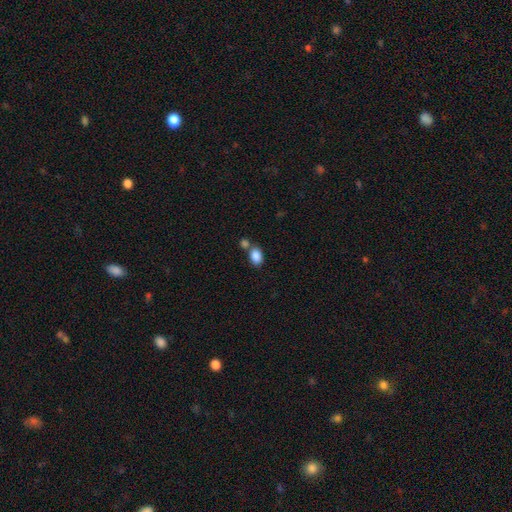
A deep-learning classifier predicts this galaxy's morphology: Smooth or featured? smooth (87%)
How rounded? in between (81%)
Merging? none (54%)